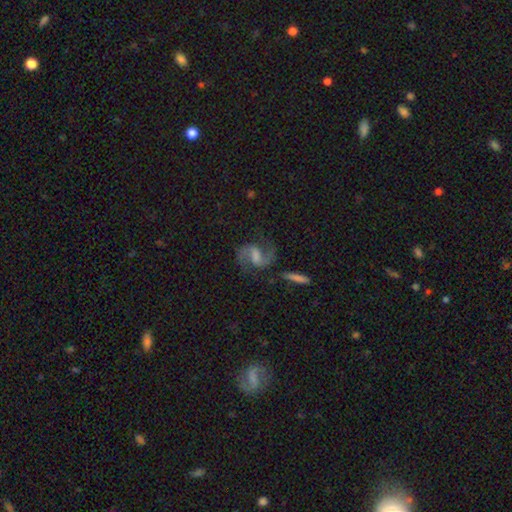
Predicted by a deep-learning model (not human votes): Overall: featured or disk (86%). Edge-on disk: no (97%). Bar: weak (48%; strong 35%). Spiral arms: yes (97%). Spiral arm count: 2 (94%). Spiral winding: medium (53%; loose 37%). Bulge size: moderate (32%; none 31%). Merging: none (77%).